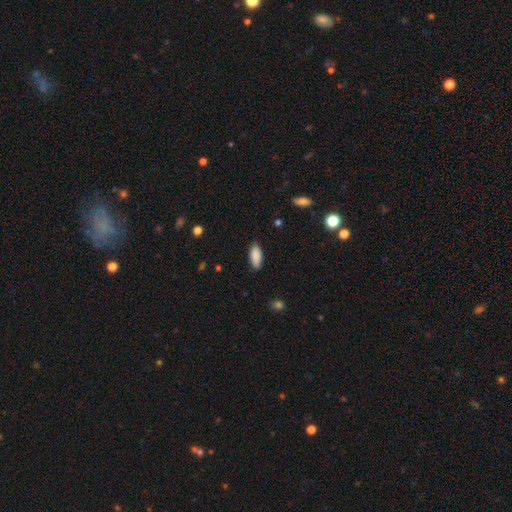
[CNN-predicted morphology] This is clearly a smooth galaxy (89%). How rounded: clearly in between (80%). Merging: clearly none (86%).